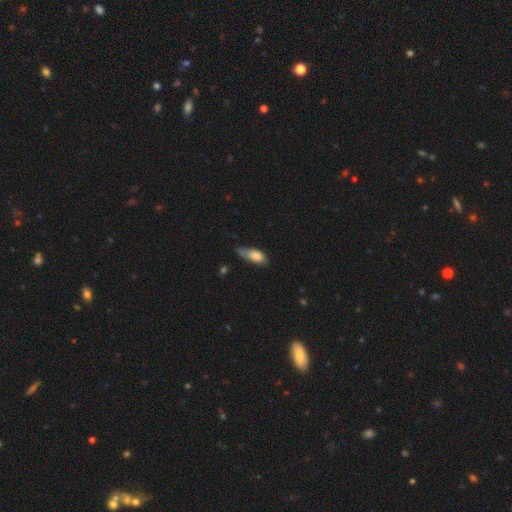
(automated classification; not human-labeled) Smooth or featured?
  - smooth: 76% *
  - featured or disk: 16%
  - star or artifact: 7%
How rounded?
  - in between: 77% *
  - cigar-shaped: 19%
  - round: 4%
Merging?
  - minor disturbance: 45% *
  - none: 34%
  - major disturbance: 17%
  - merger: 3%